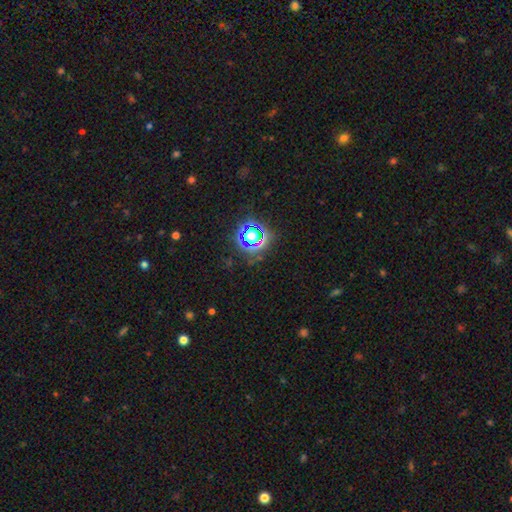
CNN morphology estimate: Smooth or featured: star or artifact — 79% (smooth — 14%)